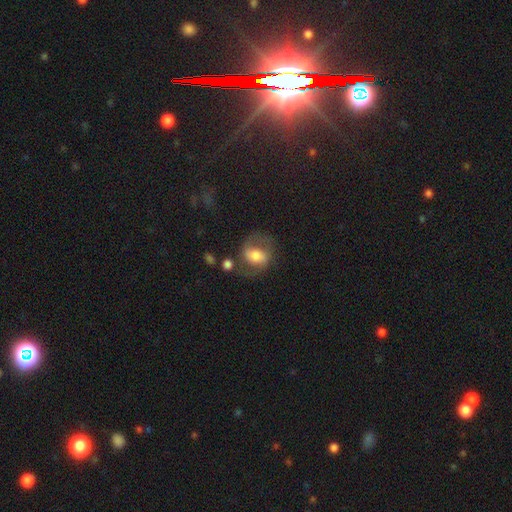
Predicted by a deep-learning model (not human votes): Smooth or featured: featured or disk — 49% (smooth — 42%)
Merging: none — 52% (minor disturbance — 22%)